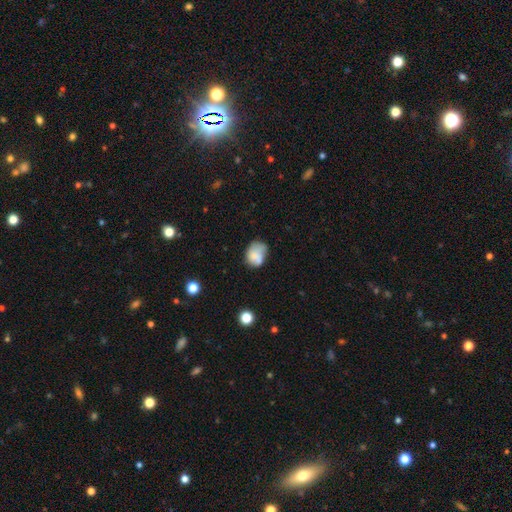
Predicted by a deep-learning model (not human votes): This is likely a smooth galaxy (69%). How rounded: possibly in between (56%). Merging: marginally none (41%).